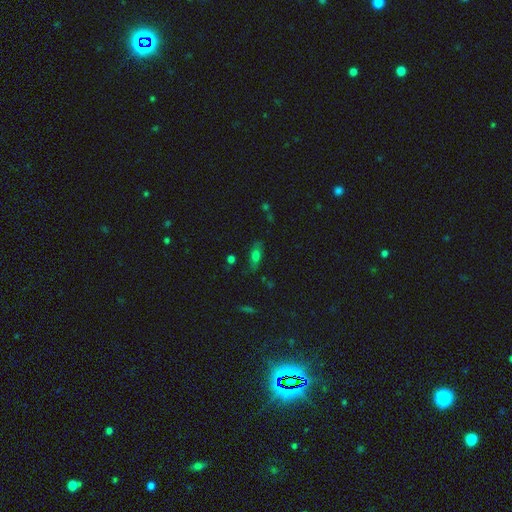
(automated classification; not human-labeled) This is likely a smooth galaxy (61%). How rounded: likely in between (70%). Merging: likely none (73%).